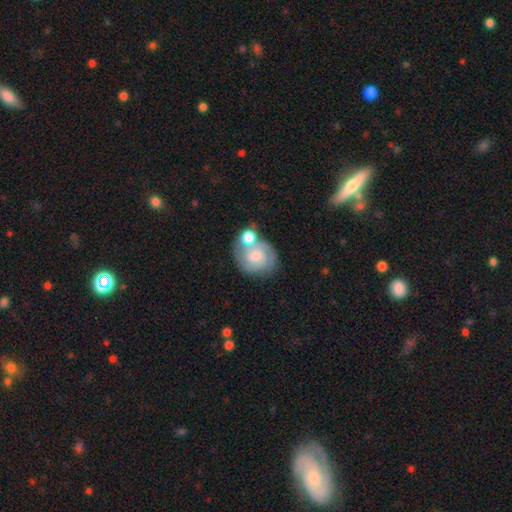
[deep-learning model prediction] featured or disk 57%, smooth 36%, star or artifact 7%. Down the decision tree: edge-on disk — no (98%); bar — no (62%); spiral arms — yes (83%); bulge size — moderate (38%); merging — none (42%).